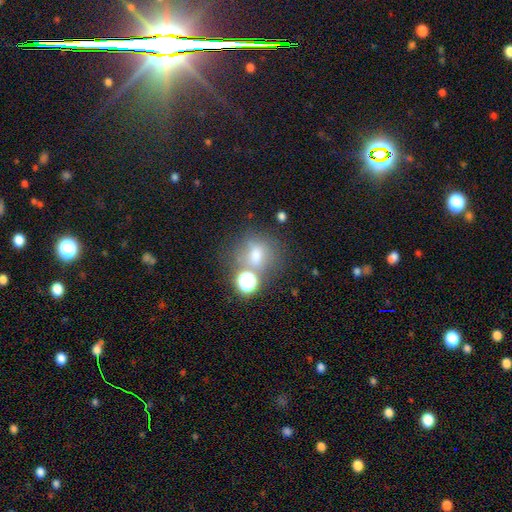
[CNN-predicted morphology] smooth_or_featured: smooth (p=0.57) [alt: star or artifact p=0.28]
how_rounded: round (p=0.69) [alt: in between p=0.30]
merging: none (p=0.57) [alt: merger p=0.20]